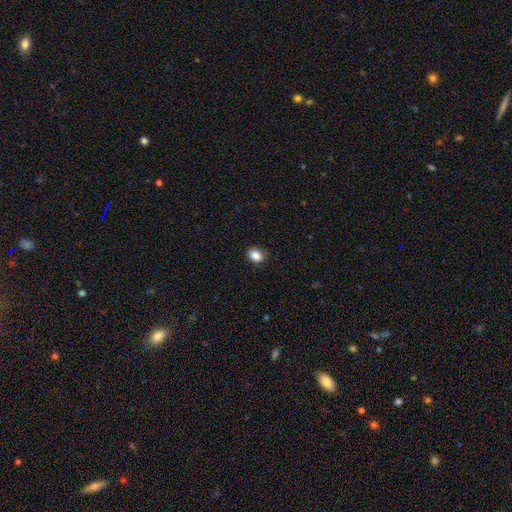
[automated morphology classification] A smooth galaxy with no disk features (87%) that is in between round and cigar-shaped (68%).

Vote fractions:
- Smooth or featured? smooth: 87% / star or artifact: 9% / featured or disk: 3%
- How rounded? in between: 68% / round: 31% / cigar-shaped: 1%
- Merging? none: 87% / minor disturbance: 9% / major disturbance: 2% / merger: 1%